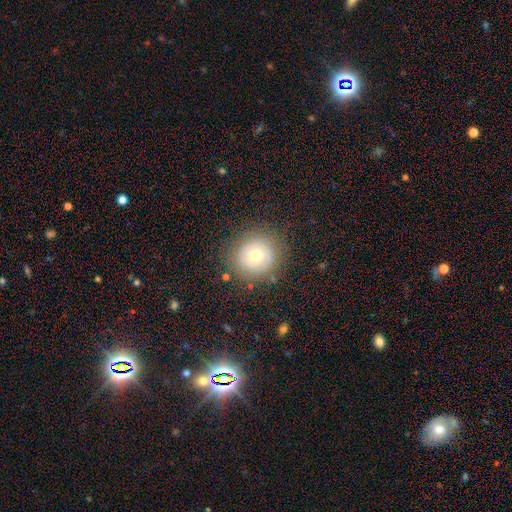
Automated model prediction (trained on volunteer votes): Smooth or featured? Predicted: featured or disk (p=0.48). Merging? Predicted: none (p=0.80).